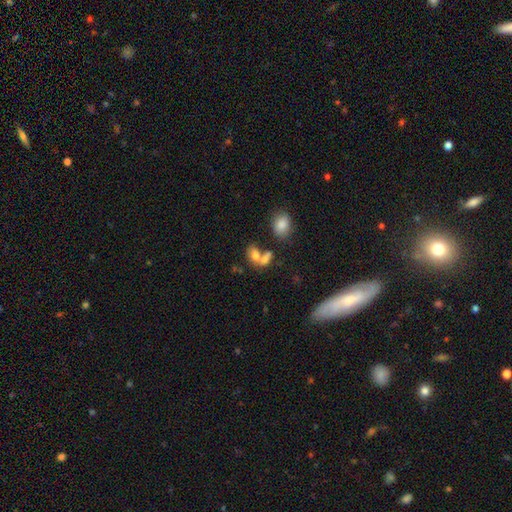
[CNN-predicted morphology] Smooth or featured?
  - smooth: 73% *
  - featured or disk: 15%
  - star or artifact: 12%
How rounded?
  - in between: 77% *
  - round: 19%
  - cigar-shaped: 3%
Merging?
  - merger: 52% *
  - none: 32%
  - minor disturbance: 10%
  - major disturbance: 6%